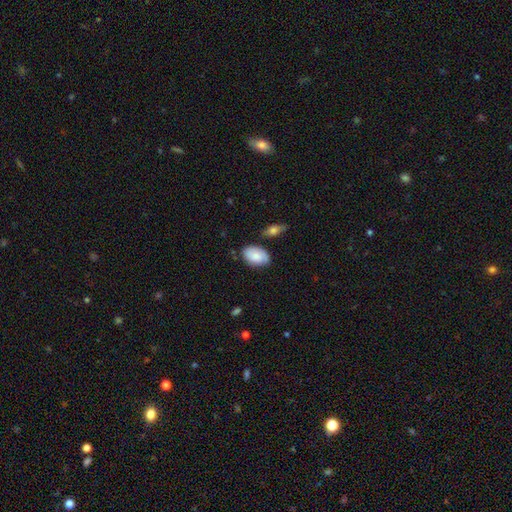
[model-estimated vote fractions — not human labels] The model was most divided on "merging": none: 73%, minor disturbance: 19%, merger: 5%, major disturbance: 3%. More confident: how rounded — in between (91%); smooth or featured — smooth (79%).